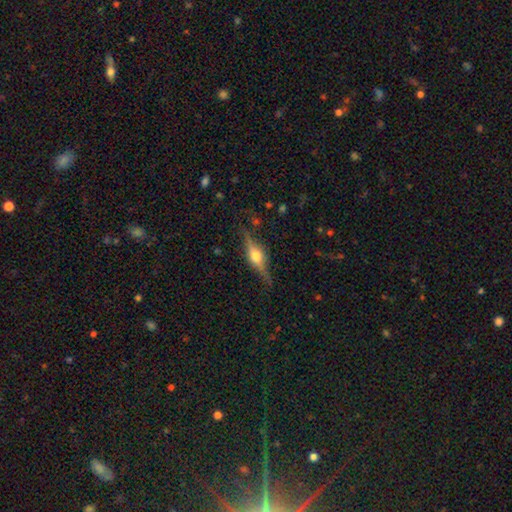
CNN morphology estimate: This is likely a featured or disk galaxy (74%). It is clearly viewed edge-on (96%). Edge-on bulge: clearly rounded (94%). Merging: clearly none (83%).